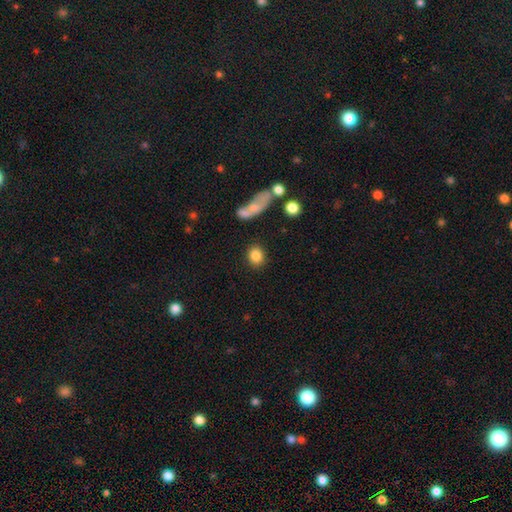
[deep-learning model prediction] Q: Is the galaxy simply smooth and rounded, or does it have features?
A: smooth — 83%.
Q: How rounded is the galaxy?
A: round — 63%.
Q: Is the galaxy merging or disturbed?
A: none — 84%.